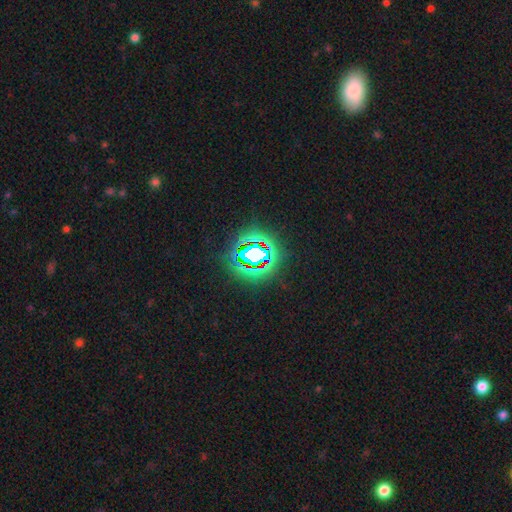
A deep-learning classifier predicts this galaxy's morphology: Overall: star or artifact (70%).